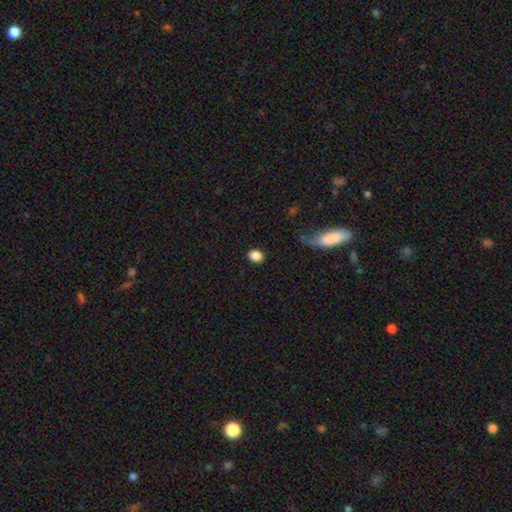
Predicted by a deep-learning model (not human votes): Overall: smooth (87%). How rounded: in between (51%; round 47%). Merging: none (87%).